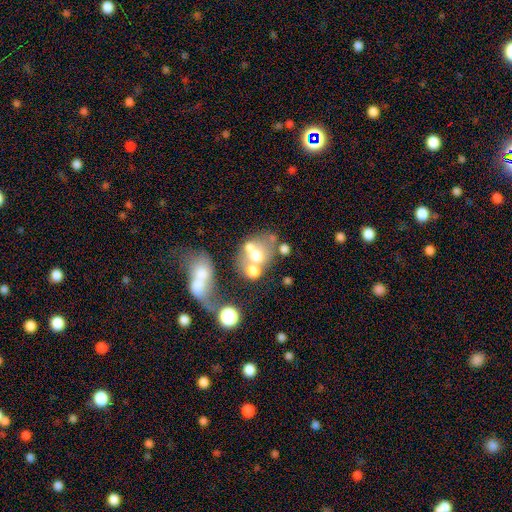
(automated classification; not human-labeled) smooth-or-featured: smooth: 49% | featured or disk: 34% | star or artifact: 16%
  merging: merger: 51% | none: 28% | major disturbance: 11% | minor disturbance: 10%